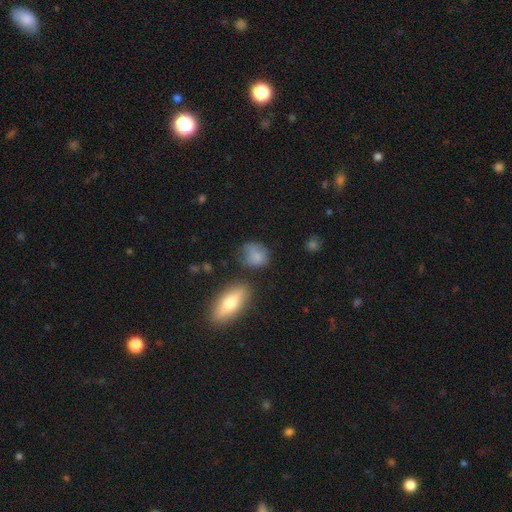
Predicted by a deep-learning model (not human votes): A smooth galaxy with no disk features (74%) that is round (54%).

Vote fractions:
- Smooth or featured? smooth: 74% / featured or disk: 15% / star or artifact: 10%
- How rounded? round: 54% / in between: 43% / cigar-shaped: 3%
- Merging? none: 49% / minor disturbance: 29% / major disturbance: 13% / merger: 9%